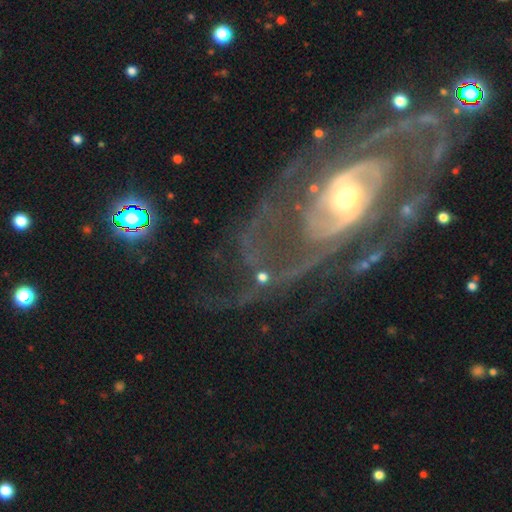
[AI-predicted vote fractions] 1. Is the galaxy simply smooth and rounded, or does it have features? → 89% featured or disk, 6% star or artifact, 5% smooth.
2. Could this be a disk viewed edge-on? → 96% no, 4% yes.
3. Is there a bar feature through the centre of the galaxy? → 55% no, 28% weak, 17% strong.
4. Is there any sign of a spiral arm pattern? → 94% yes, 6% no.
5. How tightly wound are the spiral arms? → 47% tight, 39% medium, 14% loose.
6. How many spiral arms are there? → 49% 2, 19% can't tell, 12% 3, 7% 4, 6% 1, 6% more than 4.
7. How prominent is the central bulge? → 49% moderate, 40% small, 8% large, 2% dominant, 1% none.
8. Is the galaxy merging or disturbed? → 67% none, 16% major disturbance, 15% minor disturbance, 3% merger.